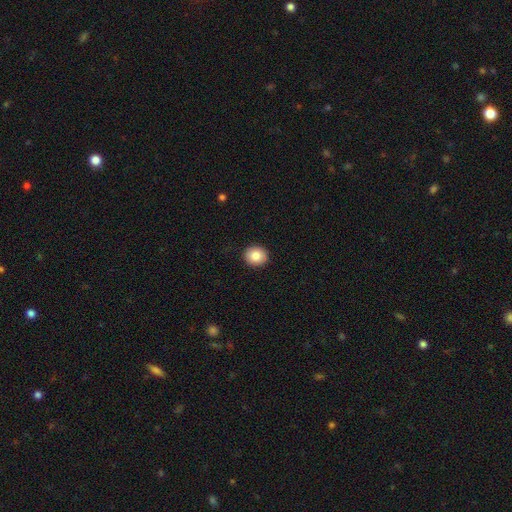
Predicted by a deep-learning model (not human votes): smooth 86%, star or artifact 8%, featured or disk 6%. Down the decision tree: how rounded — round (78%); merging — none (91%).